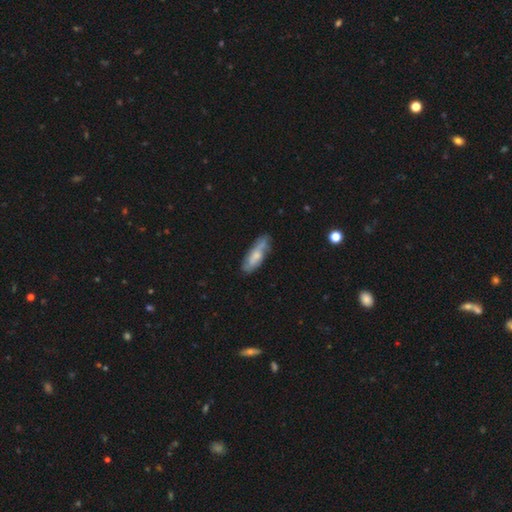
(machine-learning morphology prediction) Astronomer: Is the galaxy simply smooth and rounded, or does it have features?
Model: smooth — 51% (runner-up: featured or disk, 42%).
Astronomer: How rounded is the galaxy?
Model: in between — 55% (runner-up: cigar-shaped, 42%).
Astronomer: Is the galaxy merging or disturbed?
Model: none — 66%.